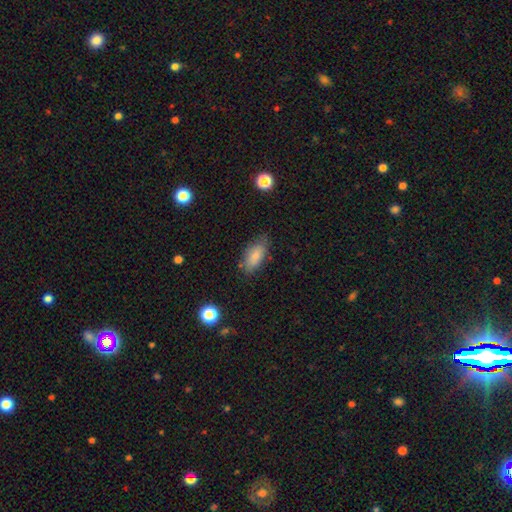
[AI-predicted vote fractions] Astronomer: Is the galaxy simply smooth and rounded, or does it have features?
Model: smooth — 81%.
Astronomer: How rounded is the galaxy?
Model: in between — 88%.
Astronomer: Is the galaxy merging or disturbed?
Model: none — 71%.